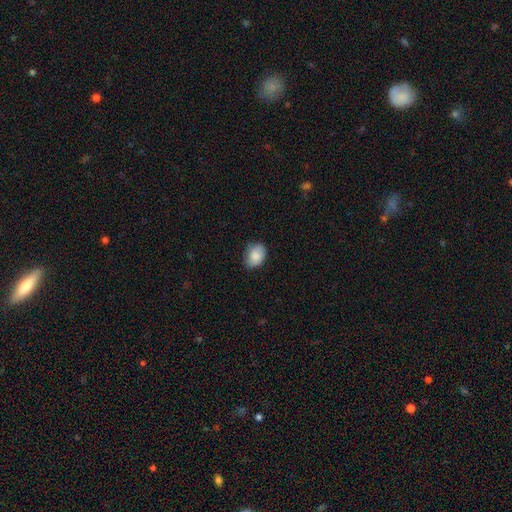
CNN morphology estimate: type=smooth (84%); roundness=in between (72%); merging=none (73%).